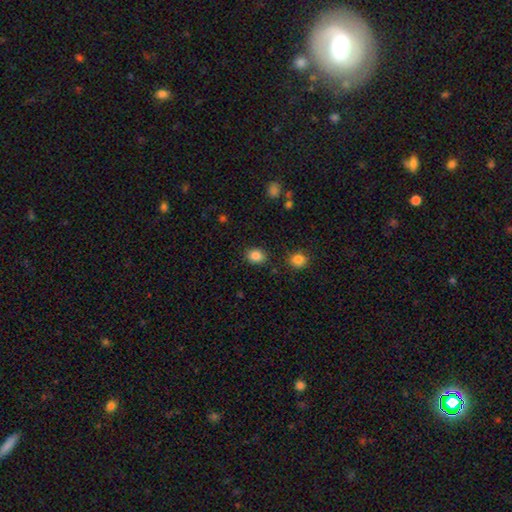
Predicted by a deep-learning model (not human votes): Smooth or featured? Predicted: smooth (p=0.86). How rounded? Predicted: round (p=0.53). Merging? Predicted: none (p=0.86).